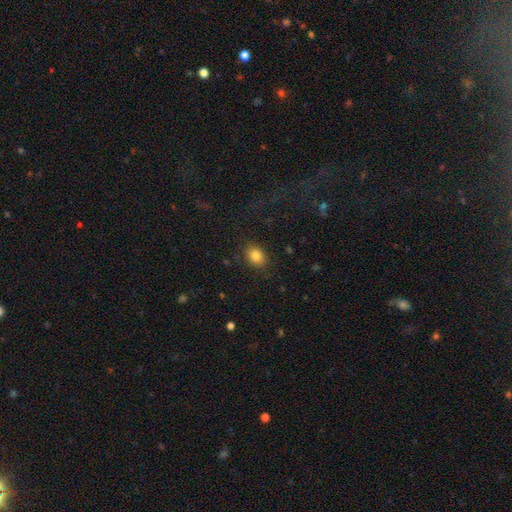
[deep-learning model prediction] A smooth galaxy with no disk features (84%) that is in between round and cigar-shaped (53%).

Vote fractions:
- Smooth or featured? smooth: 84% / star or artifact: 10% / featured or disk: 6%
- How rounded? in between: 53% / round: 46% / cigar-shaped: 1%
- Merging? none: 86% / minor disturbance: 10% / major disturbance: 3% / merger: 1%